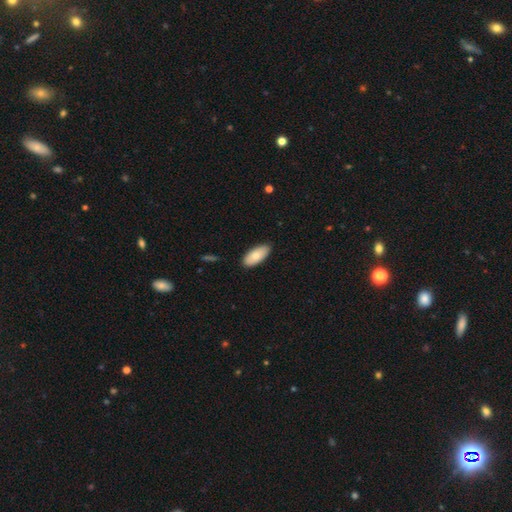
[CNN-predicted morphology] Overall: smooth (80%). How rounded: in between (90%). Merging: none (86%).